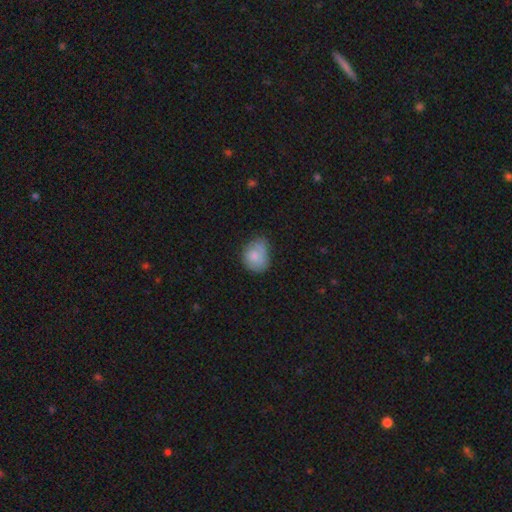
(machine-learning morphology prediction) This is likely a smooth galaxy (72%). How rounded: possibly round (53%). Merging: possibly none (55%).